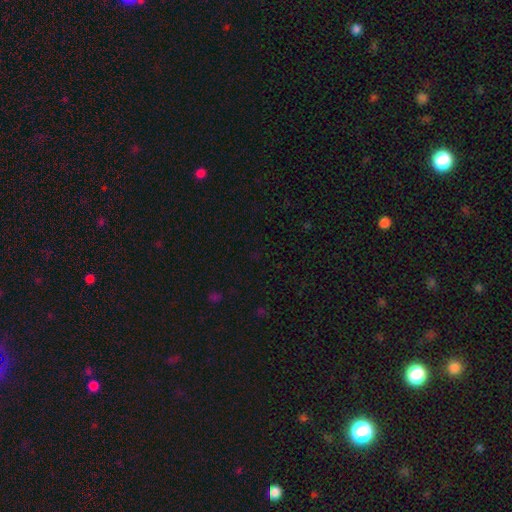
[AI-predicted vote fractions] Morphology: type=star or artifact (68%).